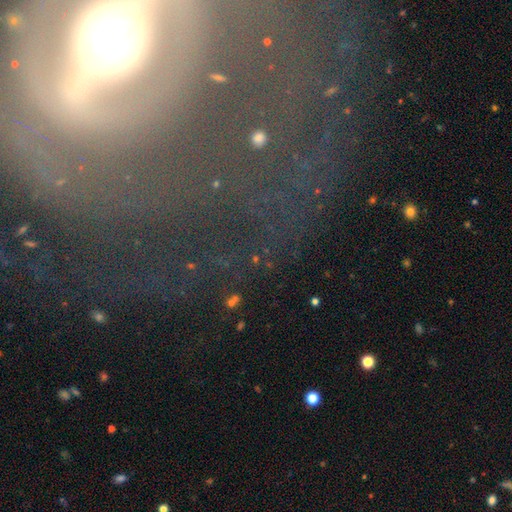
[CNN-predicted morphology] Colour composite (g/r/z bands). It shows a featured or disk galaxy (67%) with no bar (37%), spiral arms (70%) and a moderate central bulge (46%). Merging: none (67%).